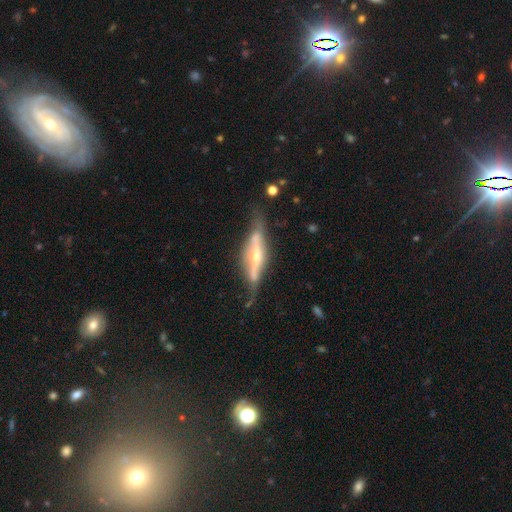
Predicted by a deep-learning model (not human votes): This is likely a featured or disk galaxy (80%). It is clearly viewed edge-on (85%). Edge-on bulge: likely rounded (77%). Merging: likely none (62%).